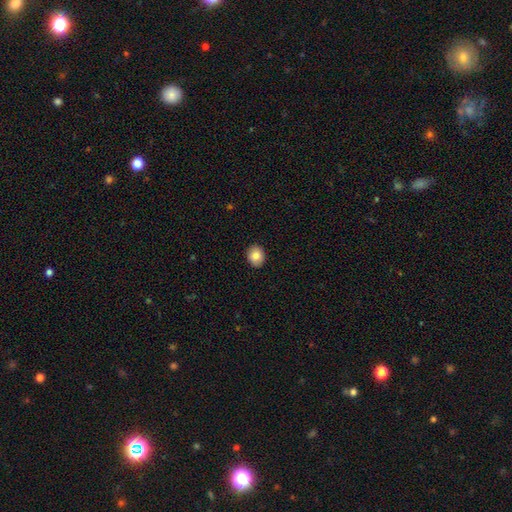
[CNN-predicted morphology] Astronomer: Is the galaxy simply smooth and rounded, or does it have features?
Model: smooth — 84%.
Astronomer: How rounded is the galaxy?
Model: round — 62%.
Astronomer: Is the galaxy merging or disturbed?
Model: none — 91%.